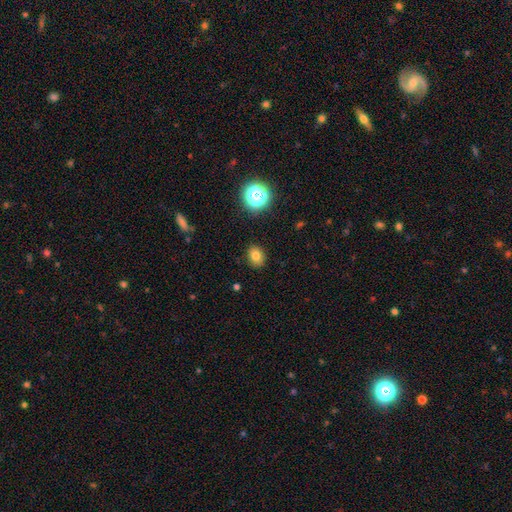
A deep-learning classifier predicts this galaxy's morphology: Smooth or featured?
  - smooth: 78% *
  - star or artifact: 15%
  - featured or disk: 7%
How rounded?
  - round: 52% *
  - in between: 47%
  - cigar-shaped: 1%
Merging?
  - none: 88% *
  - minor disturbance: 8%
  - major disturbance: 2%
  - merger: 1%